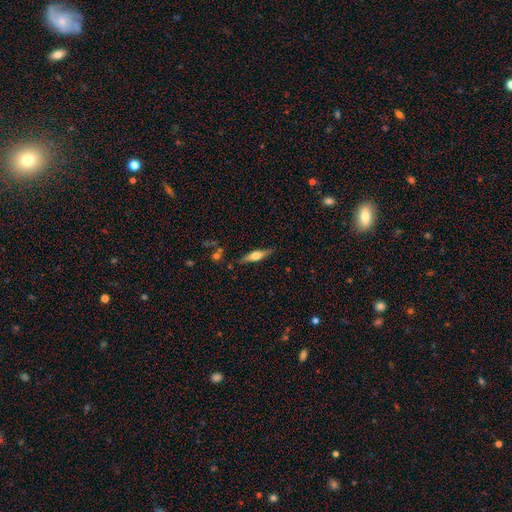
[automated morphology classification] A featured or disk galaxy (58%) viewed edge-on (95%) with a rounded central bulge (88%). Merging: none (85%).